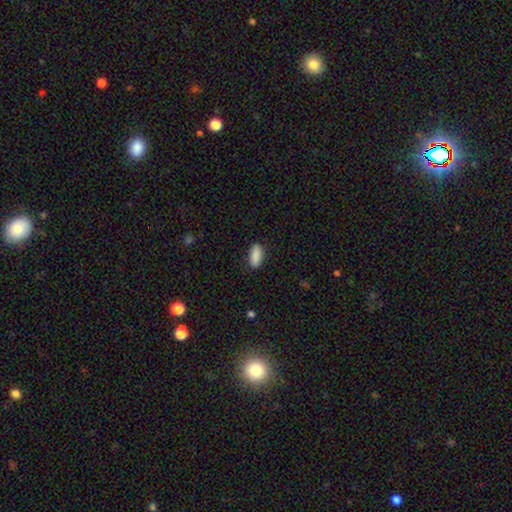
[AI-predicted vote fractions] Smooth or featured?
  - smooth: 90% *
  - star or artifact: 7%
  - featured or disk: 4%
How rounded?
  - in between: 83% *
  - cigar-shaped: 15%
  - round: 2%
Merging?
  - none: 87% *
  - minor disturbance: 10%
  - major disturbance: 2%
  - merger: 1%